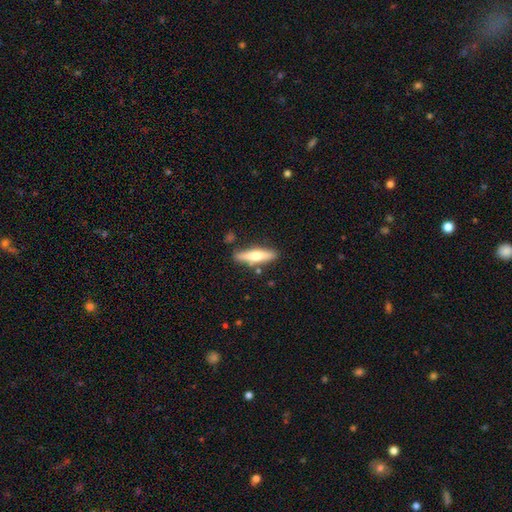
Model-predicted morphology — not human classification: Smooth or featured? Predicted: smooth (p=0.53). How rounded? Predicted: cigar-shaped (p=0.79). Merging? Predicted: none (p=0.81).